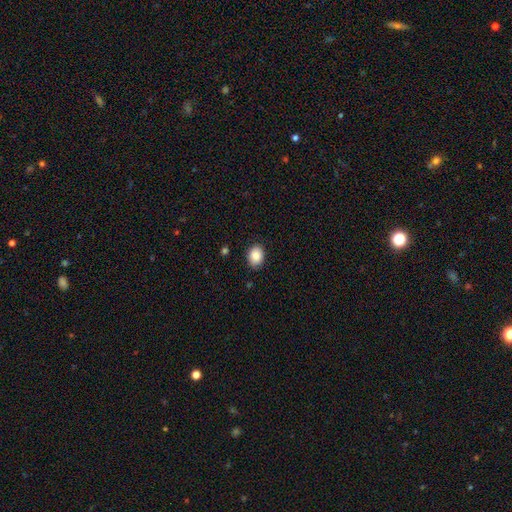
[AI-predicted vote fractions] This is clearly a smooth galaxy (86%). How rounded: likely in between (65%). Merging: clearly none (85%).